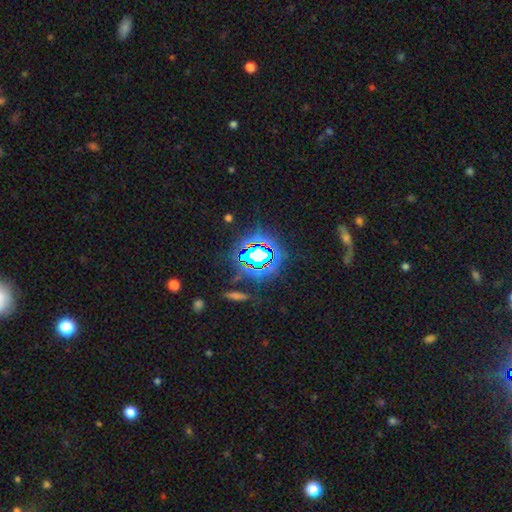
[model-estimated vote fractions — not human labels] Smooth or featured? Predicted: star or artifact (p=0.71).